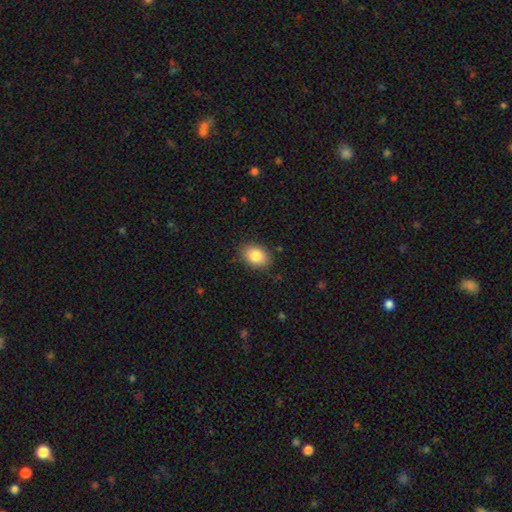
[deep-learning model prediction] The model was most divided on "how rounded": in between: 78%, round: 21%, cigar-shaped: 1%. More confident: smooth or featured — smooth (86%); merging — none (85%).